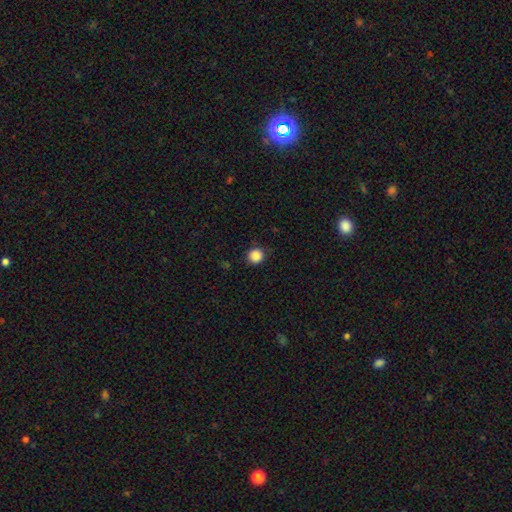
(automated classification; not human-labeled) This appears to be a smooth galaxy with no disk features (87%) that is round (93%). Merging: none (88%).